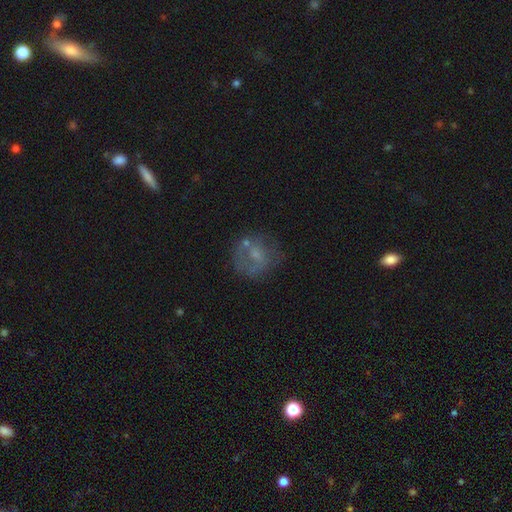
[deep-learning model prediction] Smooth or featured? Predicted: featured or disk (p=0.46). Merging? Predicted: none (p=0.54).